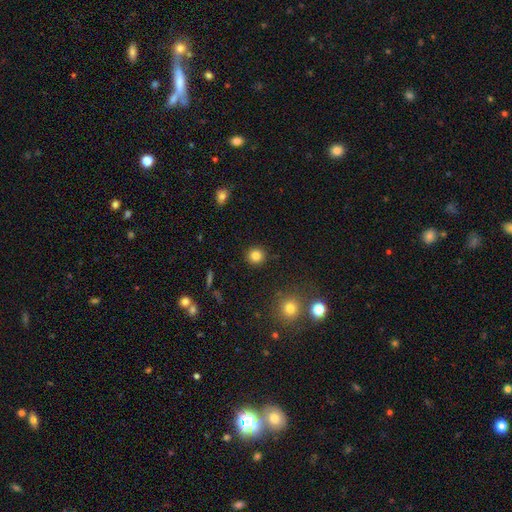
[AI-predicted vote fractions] Smooth or featured? smooth (83%)
How rounded? round (93%)
Merging? none (91%)